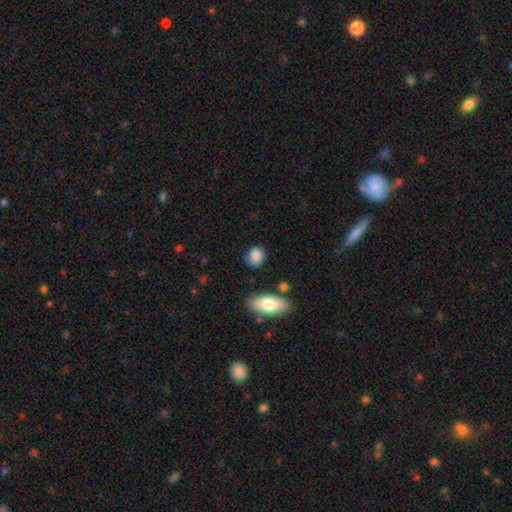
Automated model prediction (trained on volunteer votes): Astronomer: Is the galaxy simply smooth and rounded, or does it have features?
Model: smooth — 87%.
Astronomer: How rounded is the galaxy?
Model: round — 52% (runner-up: in between, 46%).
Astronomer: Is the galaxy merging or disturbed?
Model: none — 81%.